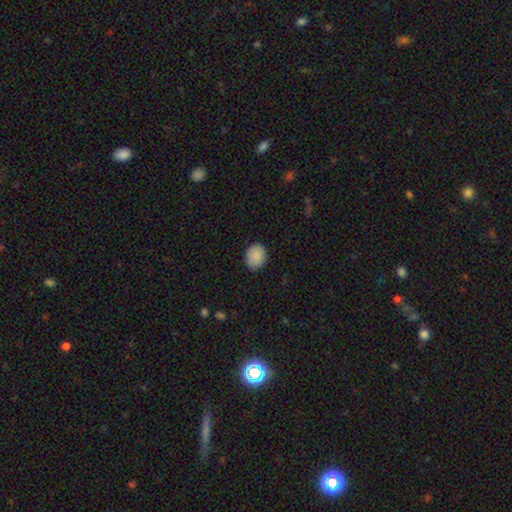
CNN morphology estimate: Smooth or featured: smooth — 89% (star or artifact — 7%)
How rounded: round — 54% (in between — 45%)
Merging: none — 85% (minor disturbance — 11%)